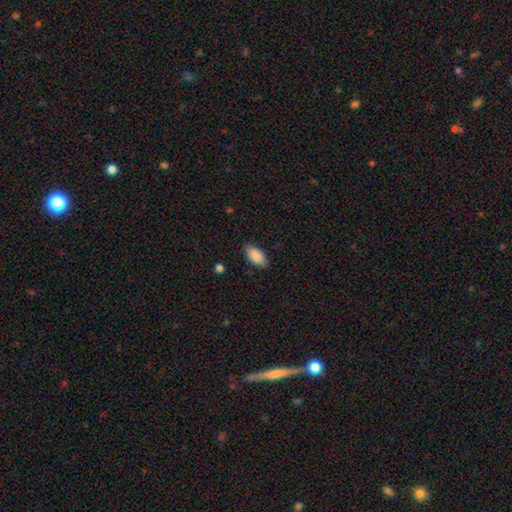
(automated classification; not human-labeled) smooth 89%, star or artifact 6%, featured or disk 5%. Down the decision tree: how rounded — in between (93%); merging — none (85%).